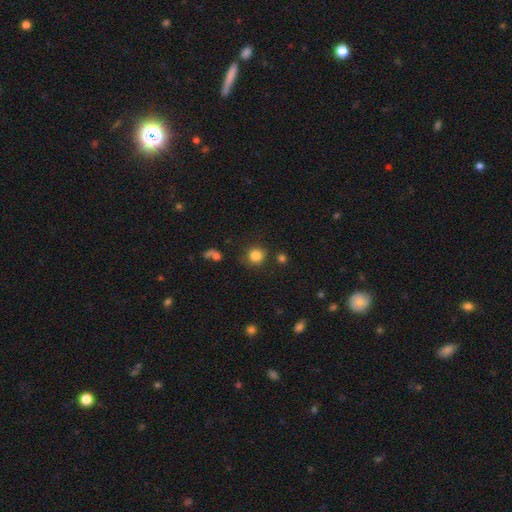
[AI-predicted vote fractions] Morphology: type=smooth (83%); roundness=round (90%); merging=none (81%).